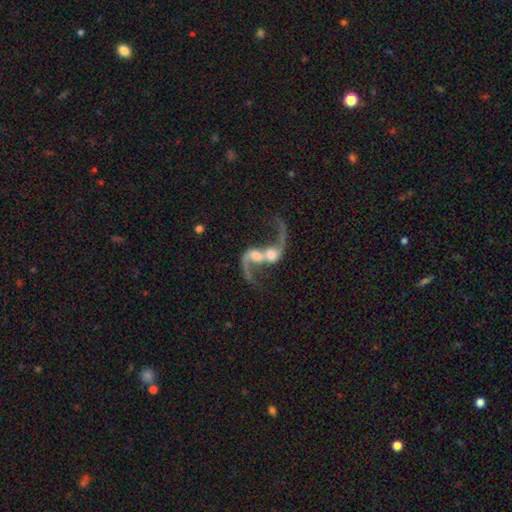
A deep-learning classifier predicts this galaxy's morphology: type=featured or disk (80%); edge-on=no (96%); bar=no (52%); spiral arms=yes (89%); winding=loose (87%); arm count=2 (84%); bulge=moderate (47%); merging=merger (73%).